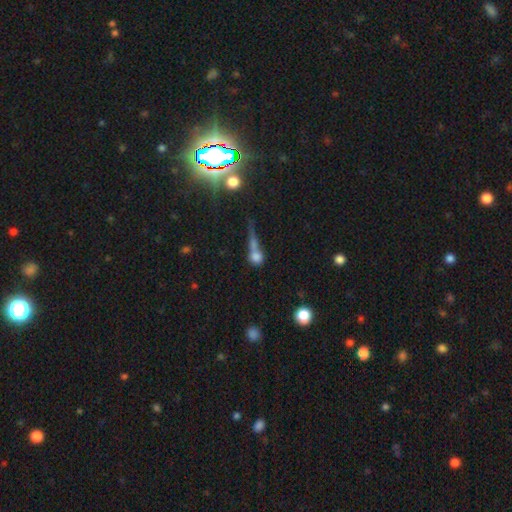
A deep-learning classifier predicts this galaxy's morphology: smooth_or_featured: smooth (p=0.65) [alt: featured or disk p=0.19]
how_rounded: round (p=0.60) [alt: in between p=0.25]
merging: merger (p=0.43) [alt: none p=0.28]